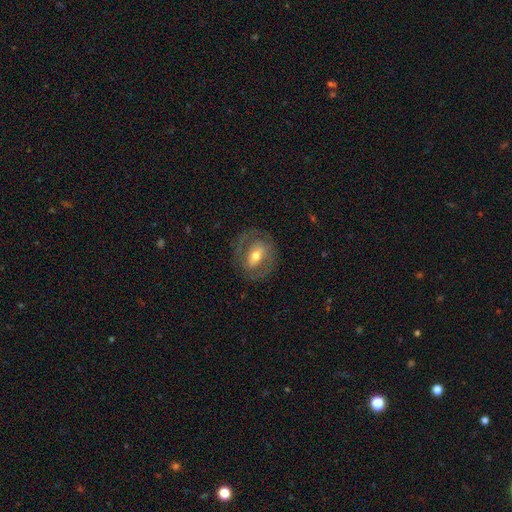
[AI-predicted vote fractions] Smooth or featured: featured or disk — 66% (smooth — 27%)
Edge-on disk: no — 94% (yes — 6%)
Bar: weak — 38% (strong — 33%)
Spiral arms: yes — 62% (no — 38%)
Bulge size: moderate — 67% (small — 23%)
Merging: none — 78% (minor disturbance — 13%)